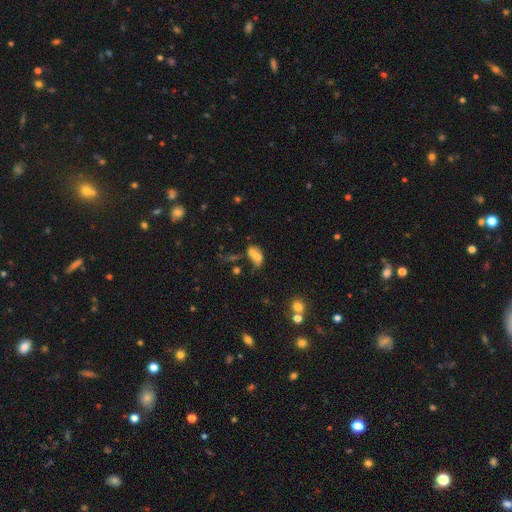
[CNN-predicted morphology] type=smooth (64%); roundness=in between (68%); merging=merger (61%).